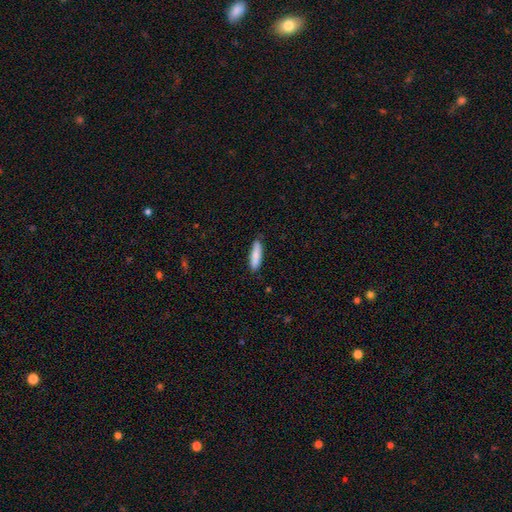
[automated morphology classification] Overall: smooth (84%). How rounded: cigar-shaped (69%; in between 30%). Merging: none (85%).